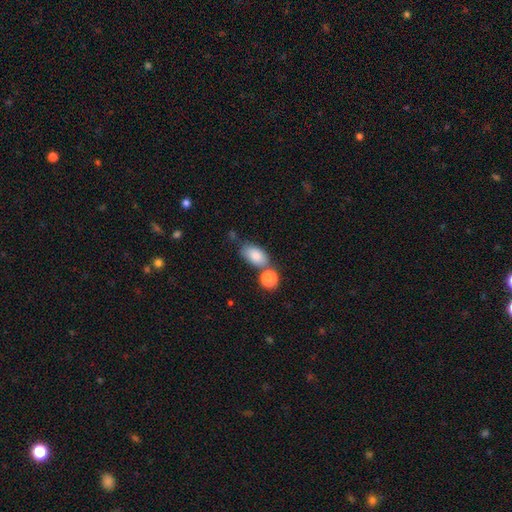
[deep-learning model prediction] The model was most divided on "merging": none: 55%, merger: 24%, minor disturbance: 16%, major disturbance: 6%. More confident: how rounded — in between (89%); smooth or featured — smooth (84%).